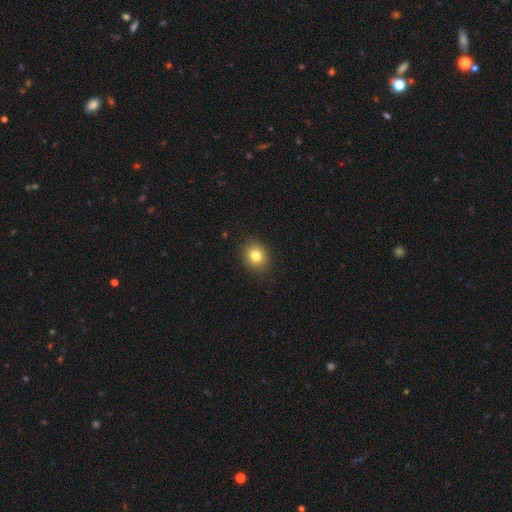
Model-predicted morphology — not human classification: This is clearly a smooth galaxy (80%). How rounded: likely round (75%). Merging: clearly none (90%).